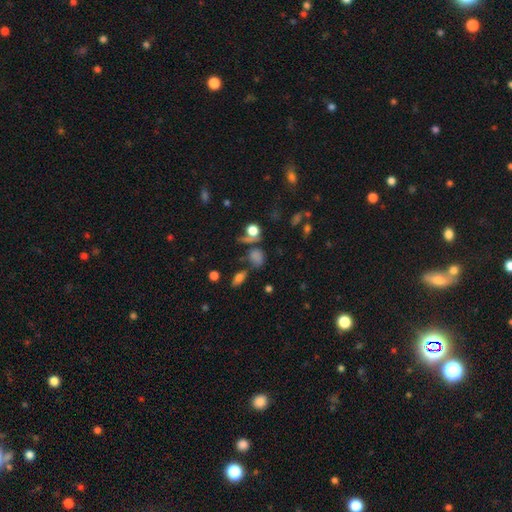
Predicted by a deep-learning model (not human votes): This is possibly a smooth galaxy (55%). How rounded: possibly round (56%). Merging: possibly none (54%).